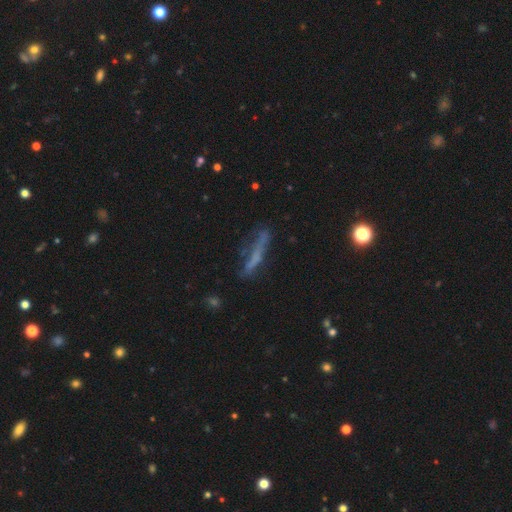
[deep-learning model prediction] Smooth or featured? smooth (45%)
Merging? none (65%)